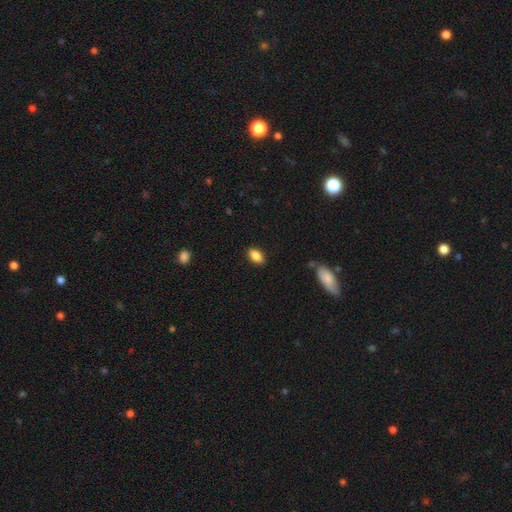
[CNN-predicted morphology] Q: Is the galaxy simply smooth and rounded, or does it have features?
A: smooth — 86%.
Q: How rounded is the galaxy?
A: in between — 90%.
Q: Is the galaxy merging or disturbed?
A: none — 87%.